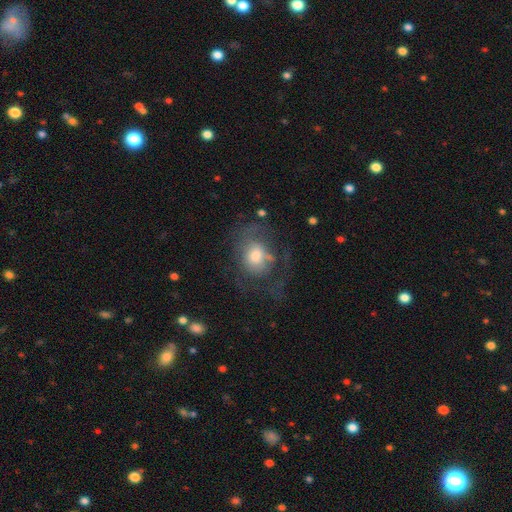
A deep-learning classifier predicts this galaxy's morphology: Smooth or featured?
  - featured or disk: 47% *
  - smooth: 43%
  - star or artifact: 10%
Merging?
  - major disturbance: 38% * (tied)
  - none: 38% * (tied)
  - minor disturbance: 21%
  - merger: 3%